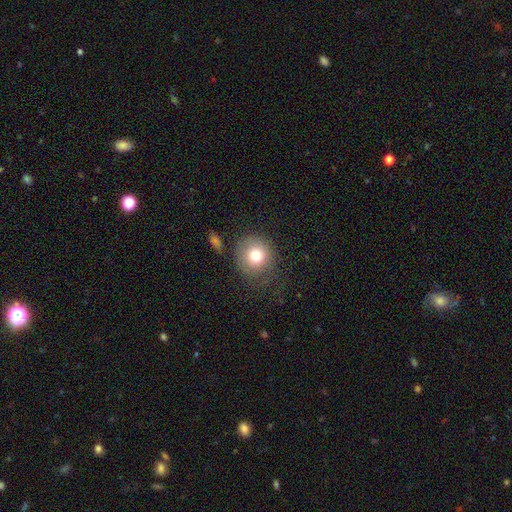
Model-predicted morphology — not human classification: Smooth or featured? Predicted: smooth (p=0.76). How rounded? Predicted: round (p=0.86). Merging? Predicted: none (p=0.69).